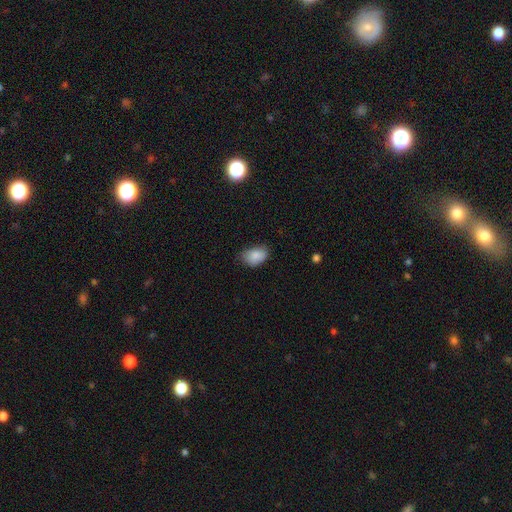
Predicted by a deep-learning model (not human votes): smooth-or-featured: smooth: 87% | star or artifact: 8% | featured or disk: 6%
  how-rounded: in between: 86% | round: 13% | cigar-shaped: 1%
  merging: none: 65% | minor disturbance: 29% | major disturbance: 5% | merger: 1%